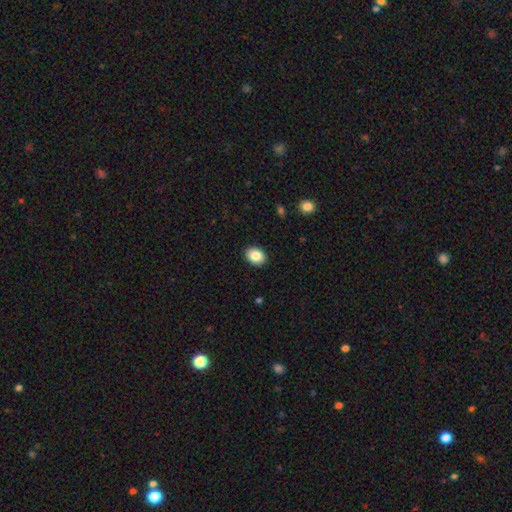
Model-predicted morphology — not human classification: This is clearly a smooth galaxy (86%). How rounded: likely in between (65%). Merging: clearly none (91%).